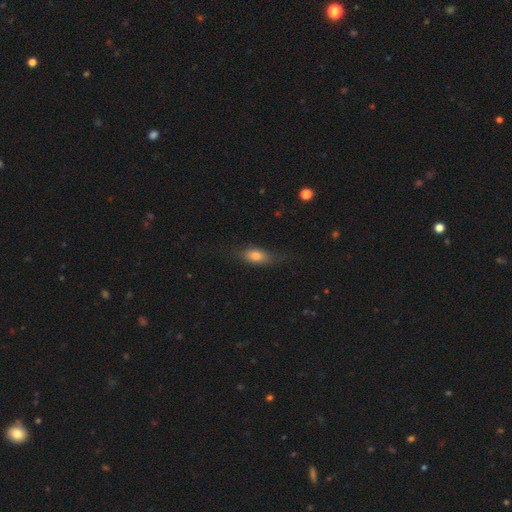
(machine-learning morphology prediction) type=smooth (75%); roundness=in between (76%); merging=none (68%).